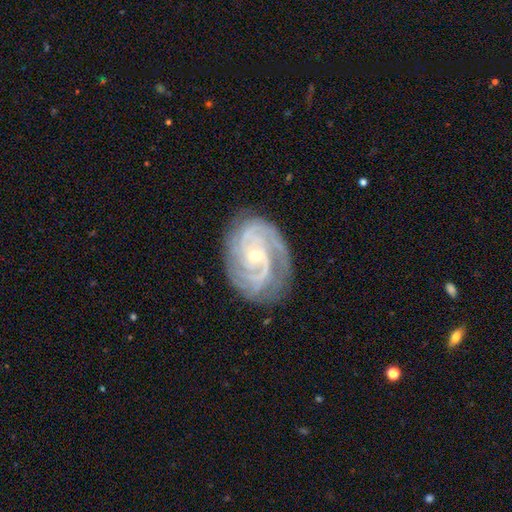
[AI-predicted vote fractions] Smooth or featured? featured or disk (91%)
Edge-on disk? no (97%)
Bar? no (60%)
Spiral arms? yes (98%)
Spiral winding? tight (67%)
Spiral arm count? 3 (29%, tied with 2)
Bulge size? small (67%)
Merging? none (77%)